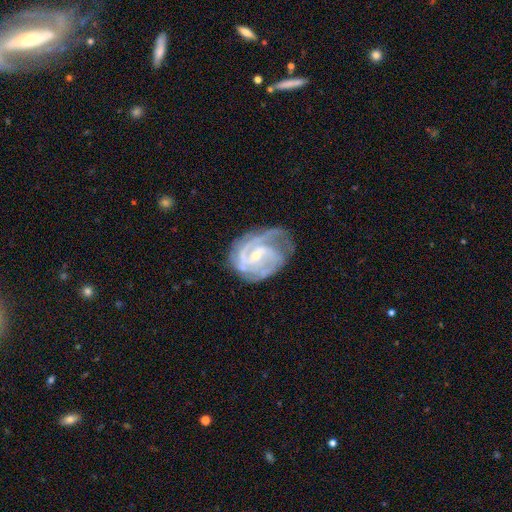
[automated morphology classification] featured or disk 88%, smooth 7%, star or artifact 5%. Down the decision tree: edge-on disk — no (98%); bar — weak (49%); spiral arms — yes (96%); spiral arm count — 2 (39%); spiral winding — tight (47%); bulge size — small (70%); merging — none (52%).